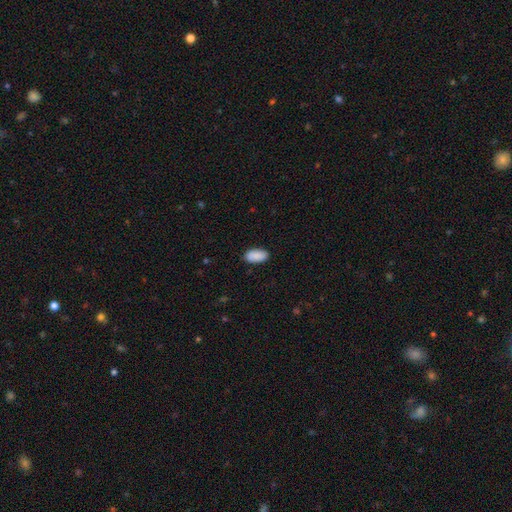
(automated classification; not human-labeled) Smooth or featured?
  - smooth: 91% *
  - star or artifact: 6%
  - featured or disk: 3%
How rounded?
  - in between: 94% *
  - cigar-shaped: 3%
  - round: 3%
Merging?
  - none: 88% *
  - minor disturbance: 9%
  - major disturbance: 2%
  - merger: 1%